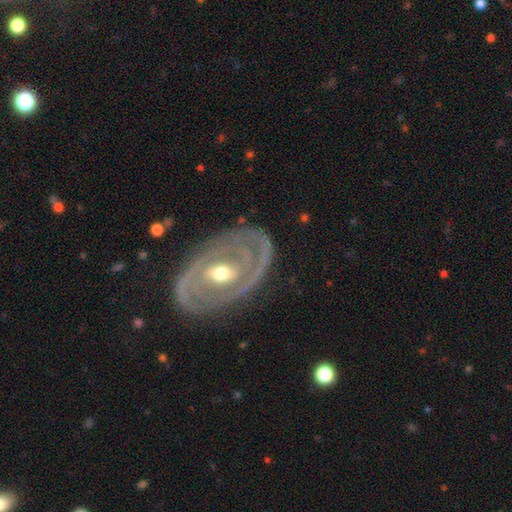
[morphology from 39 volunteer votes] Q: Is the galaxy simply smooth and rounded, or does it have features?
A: featured or disk — 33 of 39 (85%).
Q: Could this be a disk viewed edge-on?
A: no — 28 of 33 (85%).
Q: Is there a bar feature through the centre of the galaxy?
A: weak — 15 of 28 (54%).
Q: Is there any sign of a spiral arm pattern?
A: yes — 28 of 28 (100%).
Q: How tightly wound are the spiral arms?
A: tight — 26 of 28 (93%).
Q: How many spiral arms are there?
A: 2 — 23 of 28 (82%).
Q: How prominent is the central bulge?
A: moderate — 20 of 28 (71%).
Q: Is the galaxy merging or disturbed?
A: none — 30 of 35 (86%).